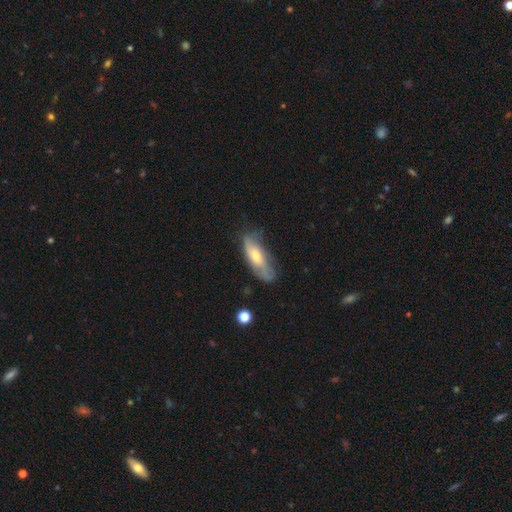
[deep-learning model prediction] This appears to be a featured or disk galaxy (49%). Merging: none (55%).